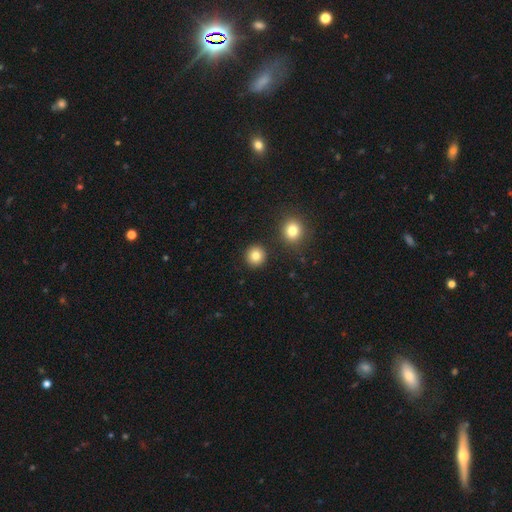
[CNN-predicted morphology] Smooth or featured: smooth — 82% (star or artifact — 11%)
How rounded: round — 94% (in between — 5%)
Merging: none — 90% (minor disturbance — 5%)